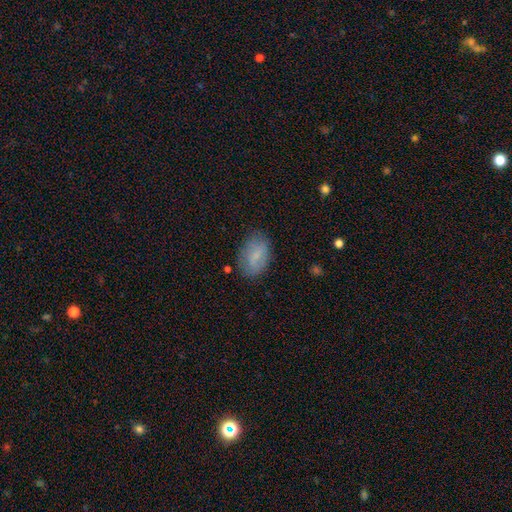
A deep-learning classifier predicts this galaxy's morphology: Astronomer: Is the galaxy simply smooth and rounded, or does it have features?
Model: smooth — 71%.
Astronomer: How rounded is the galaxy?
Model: in between — 89%.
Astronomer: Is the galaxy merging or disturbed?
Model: none — 74%.